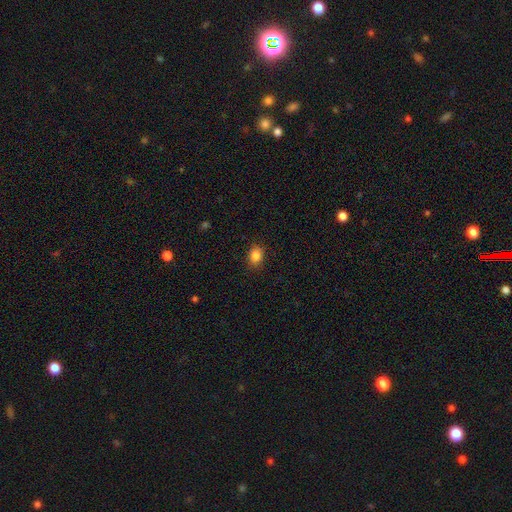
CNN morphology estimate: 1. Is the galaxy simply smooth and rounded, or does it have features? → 85% smooth, 10% star or artifact, 5% featured or disk.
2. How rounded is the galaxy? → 61% in between, 38% round, 1% cigar-shaped.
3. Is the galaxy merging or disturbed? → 88% none, 9% minor disturbance, 2% major disturbance, 1% merger.